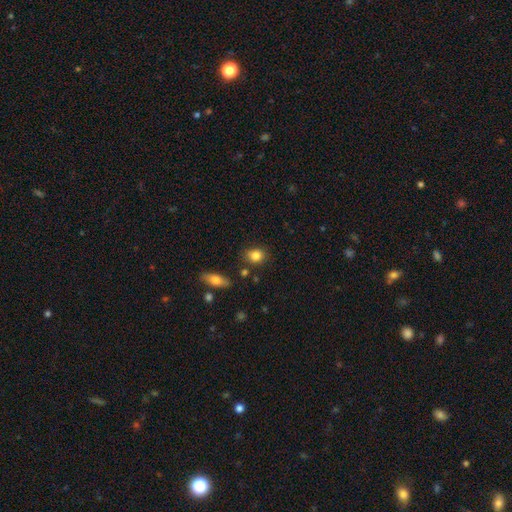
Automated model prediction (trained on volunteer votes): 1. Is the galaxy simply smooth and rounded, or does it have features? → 83% smooth, 9% star or artifact, 8% featured or disk.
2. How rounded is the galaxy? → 59% round, 40% in between, 2% cigar-shaped.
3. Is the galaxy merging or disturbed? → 78% none, 13% minor disturbance, 5% merger, 3% major disturbance.